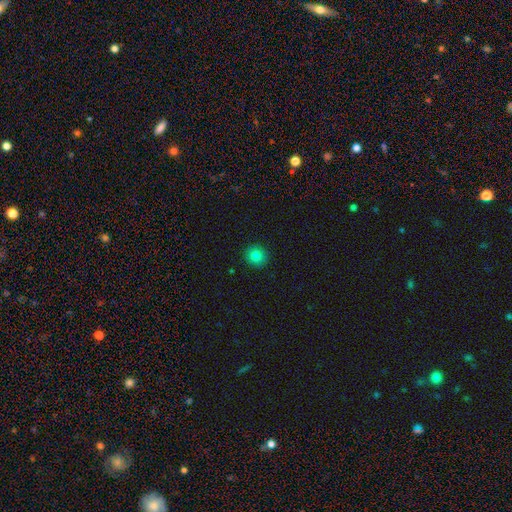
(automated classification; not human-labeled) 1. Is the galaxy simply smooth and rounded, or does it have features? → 82% smooth, 12% star or artifact, 6% featured or disk.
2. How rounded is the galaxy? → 91% round, 8% in between, 1% cigar-shaped.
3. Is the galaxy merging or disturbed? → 92% none, 5% minor disturbance, 2% major disturbance, 1% merger.